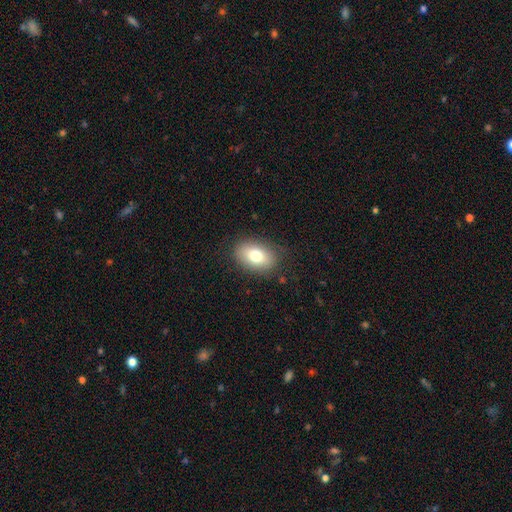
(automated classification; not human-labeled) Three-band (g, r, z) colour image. It shows a smooth galaxy with no disk features (77%) that is in between round and cigar-shaped (84%). Merging: none (83%).